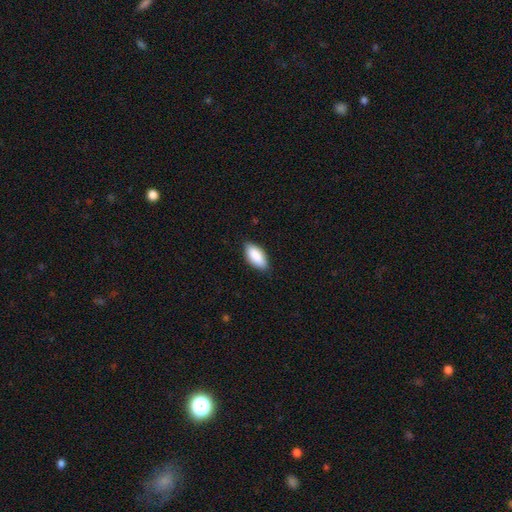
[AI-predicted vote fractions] This appears to be a smooth galaxy with no disk features (89%) that is in between round and cigar-shaped (91%). Merging: none (84%).